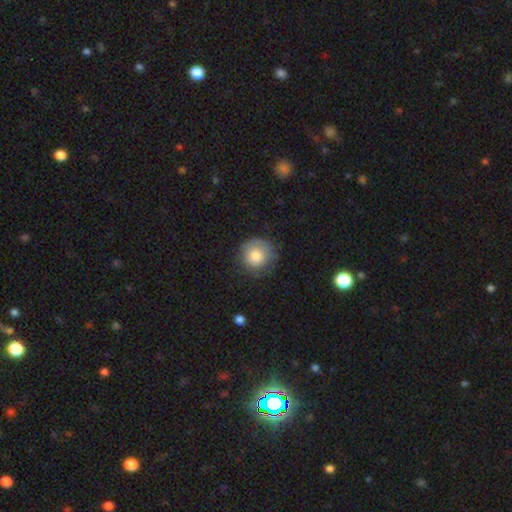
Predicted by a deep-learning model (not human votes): The model was most divided on "merging": none: 74%, minor disturbance: 18%, major disturbance: 6%, merger: 1%. More confident: how rounded — round (93%); smooth or featured — smooth (80%).